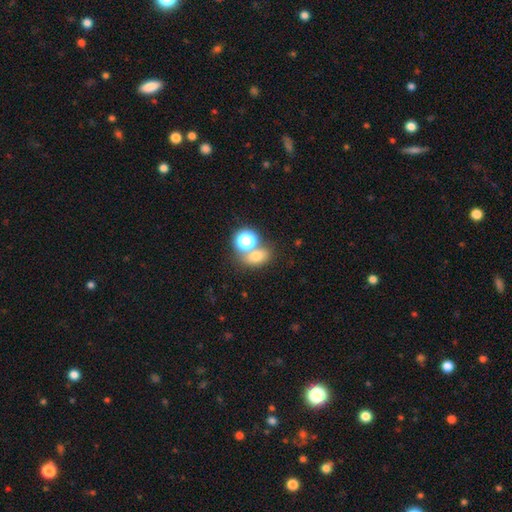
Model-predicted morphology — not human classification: Smooth or featured? smooth (68%)
How rounded? in between (57%)
Merging? none (54%)